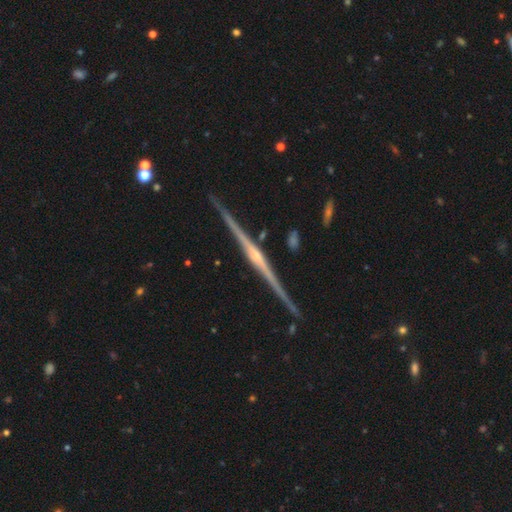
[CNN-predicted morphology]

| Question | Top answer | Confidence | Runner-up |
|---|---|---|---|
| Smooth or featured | featured or disk | 90% | smooth (5%) |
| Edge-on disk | yes | 99% | no (1%) |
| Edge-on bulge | rounded | 76% | none (15%) |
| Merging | none | 90% | minor disturbance (7%) |